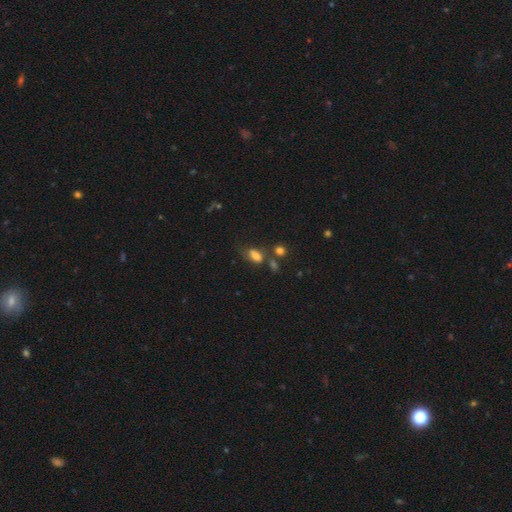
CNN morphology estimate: type=smooth (74%); roundness=in between (84%); merging=none (45%).